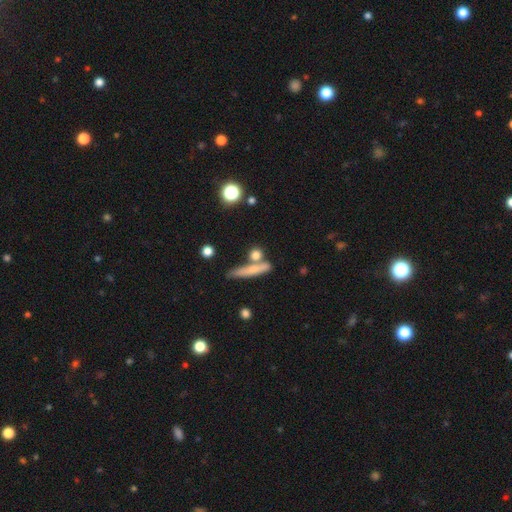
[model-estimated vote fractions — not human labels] A smooth galaxy with no disk features (48%). Merging: none (67%).